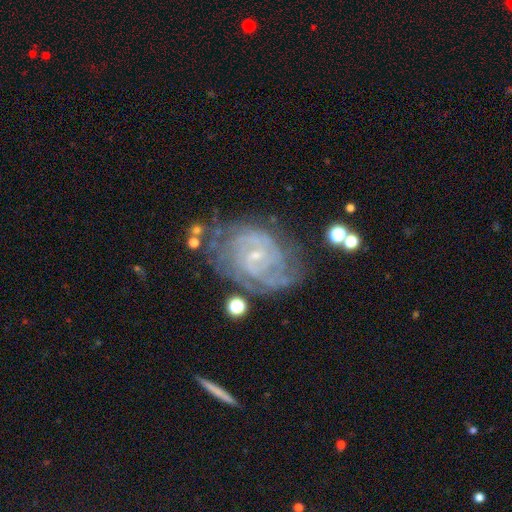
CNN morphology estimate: featured or disk 86%, star or artifact 7%, smooth 7%. Down the decision tree: edge-on disk — no (97%); bar — no (45%); spiral arms — yes (96%); spiral arm count — can't tell (33%); spiral winding — tight (68%); bulge size — small (81%); merging — none (63%).